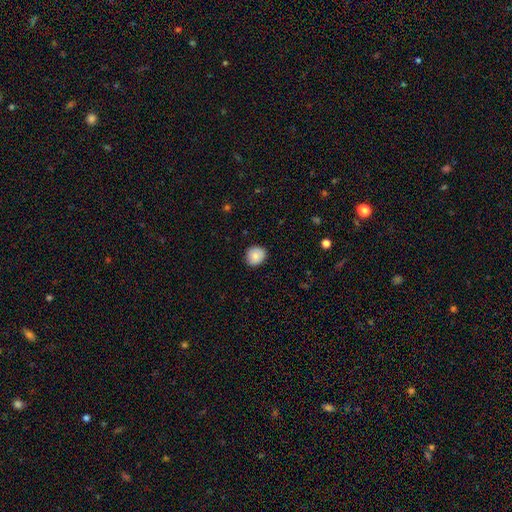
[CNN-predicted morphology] This is clearly a smooth galaxy (85%). How rounded: clearly round (84%). Merging: clearly none (87%).